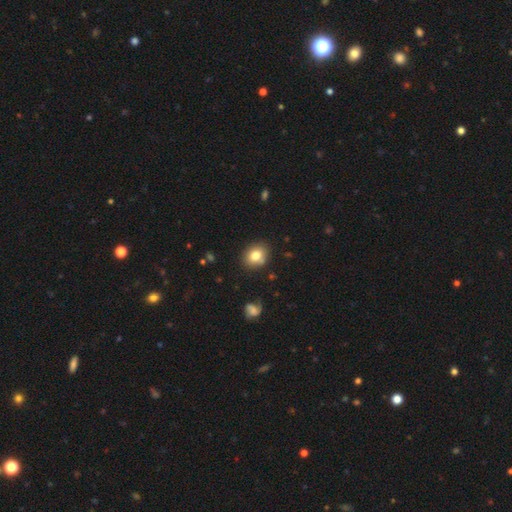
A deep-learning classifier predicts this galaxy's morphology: Smooth or featured: smooth — 80% (featured or disk — 10%)
How rounded: round — 56% (in between — 43%)
Merging: none — 83% (minor disturbance — 12%)